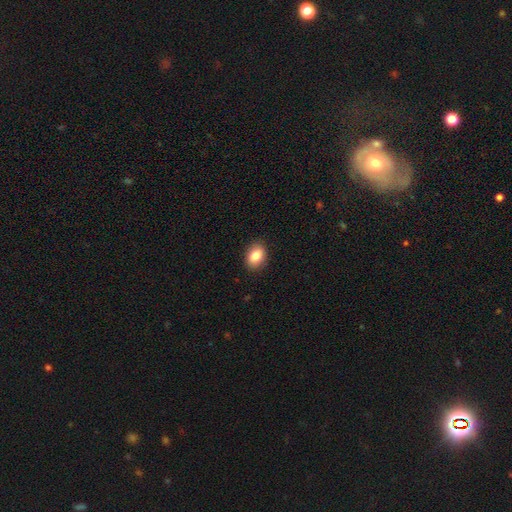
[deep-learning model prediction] The model was most divided on "how rounded": in between: 72%, round: 27%, cigar-shaped: 1%. More confident: merging — none (89%); smooth or featured — smooth (84%).